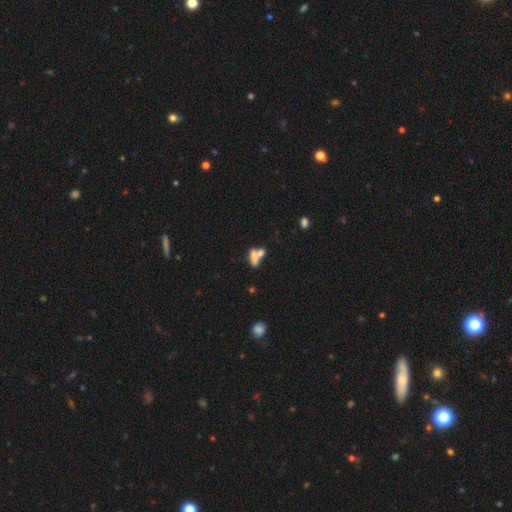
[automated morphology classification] smooth_or_featured: smooth (p=0.66) [alt: featured or disk p=0.23]
how_rounded: in between (p=0.66) [alt: cigar-shaped p=0.23]
merging: merger (p=0.56) [alt: none p=0.26]